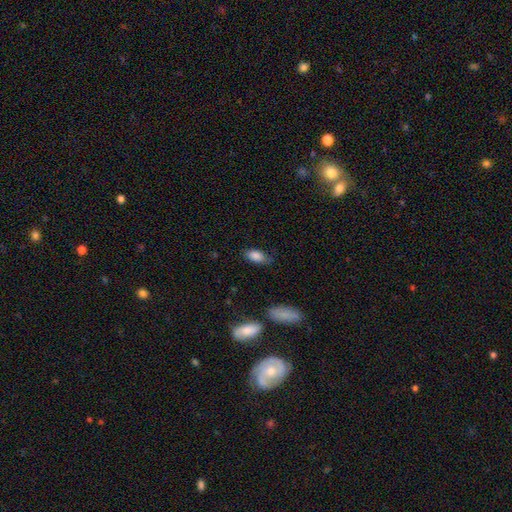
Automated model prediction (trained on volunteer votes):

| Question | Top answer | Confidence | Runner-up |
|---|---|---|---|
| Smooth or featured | smooth | 86% | star or artifact (8%) |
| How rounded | in between | 90% | cigar-shaped (6%) |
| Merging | none | 72% | minor disturbance (22%) |